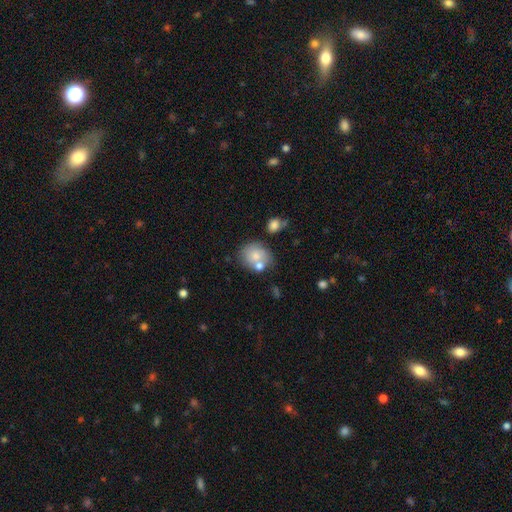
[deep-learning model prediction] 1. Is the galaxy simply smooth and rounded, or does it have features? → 71% smooth, 21% featured or disk, 8% star or artifact.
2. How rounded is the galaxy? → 65% round, 34% in between, 1% cigar-shaped.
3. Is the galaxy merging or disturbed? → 48% none, 30% merger, 16% minor disturbance, 6% major disturbance.